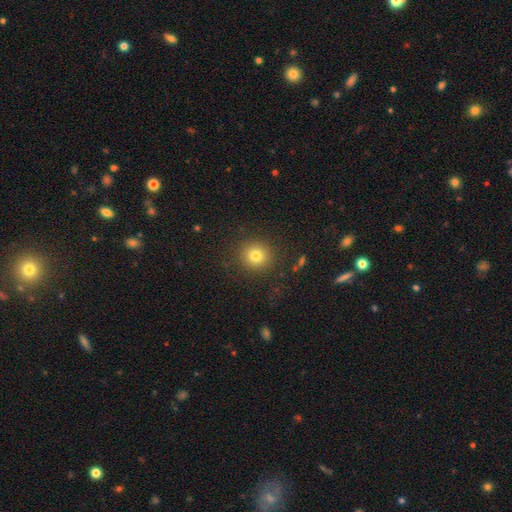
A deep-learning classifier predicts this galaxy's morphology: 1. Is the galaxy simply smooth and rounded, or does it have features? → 79% smooth, 13% star or artifact, 8% featured or disk.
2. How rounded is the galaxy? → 90% round, 9% in between, 1% cigar-shaped.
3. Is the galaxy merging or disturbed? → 89% none, 7% minor disturbance, 3% major disturbance, 1% merger.